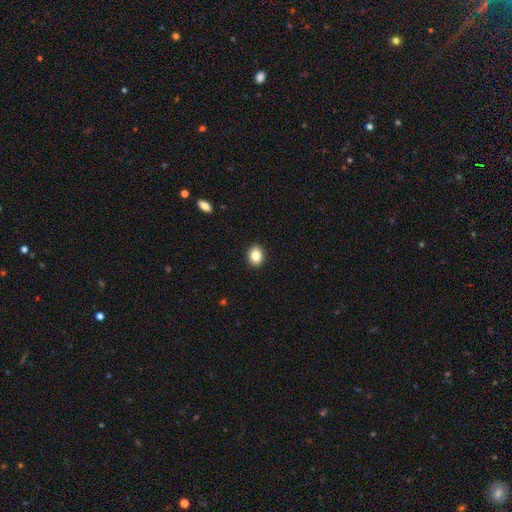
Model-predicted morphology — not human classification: A smooth galaxy with no disk features (84%) that is round (50%).

Vote fractions:
- Smooth or featured? smooth: 84% / star or artifact: 9% / featured or disk: 7%
- How rounded? round: 50% / in between: 49% / cigar-shaped: 1%
- Merging? none: 92% / minor disturbance: 6% / major disturbance: 2% / merger: 1%